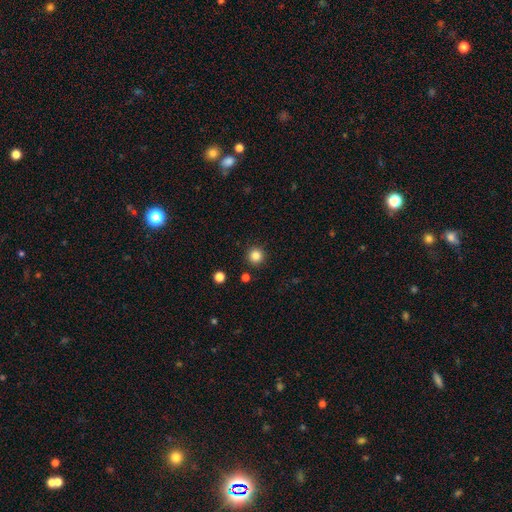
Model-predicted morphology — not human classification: smooth 84%, star or artifact 12%, featured or disk 4%. Down the decision tree: how rounded — round (96%); merging — none (91%).